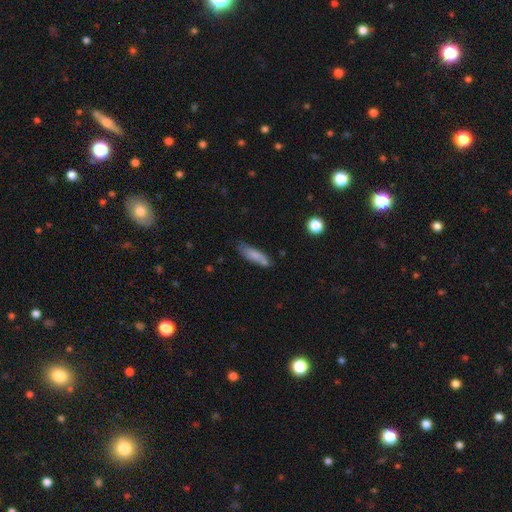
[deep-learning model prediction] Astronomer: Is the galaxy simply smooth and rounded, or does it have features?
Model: smooth — 77%.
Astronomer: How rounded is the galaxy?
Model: cigar-shaped — 60% (runner-up: in between, 38%).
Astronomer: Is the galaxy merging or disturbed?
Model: none — 65%.